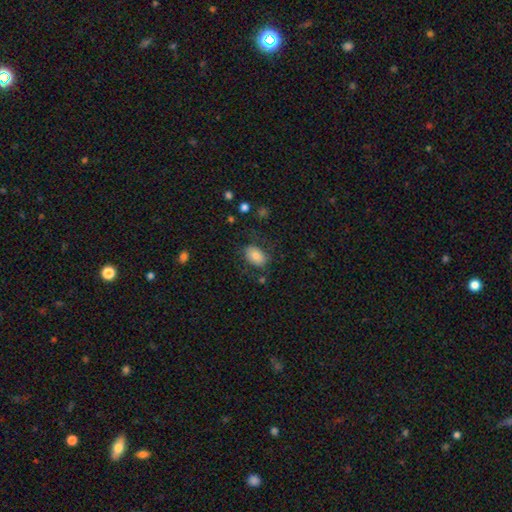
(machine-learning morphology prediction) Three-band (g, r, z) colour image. It shows a smooth galaxy with no disk features (78%) that is in between round and cigar-shaped (85%). Merging: none (74%).